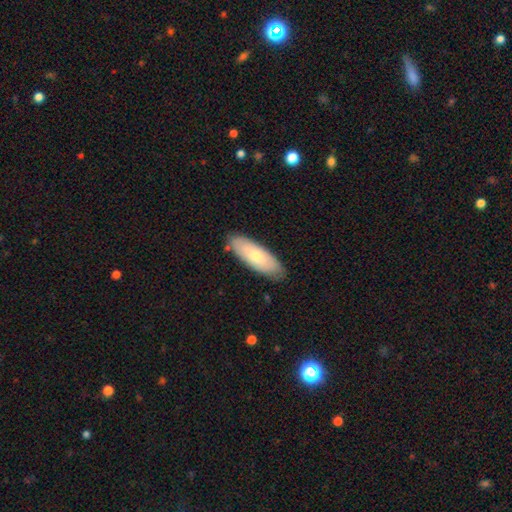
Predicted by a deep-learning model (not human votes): A smooth galaxy with no disk features (68%) that is in between round and cigar-shaped (69%).

Vote fractions:
- Smooth or featured? smooth: 68% / featured or disk: 26% / star or artifact: 5%
- How rounded? in between: 69% / cigar-shaped: 29% / round: 2%
- Merging? none: 82% / minor disturbance: 14% / major disturbance: 2% / merger: 2%